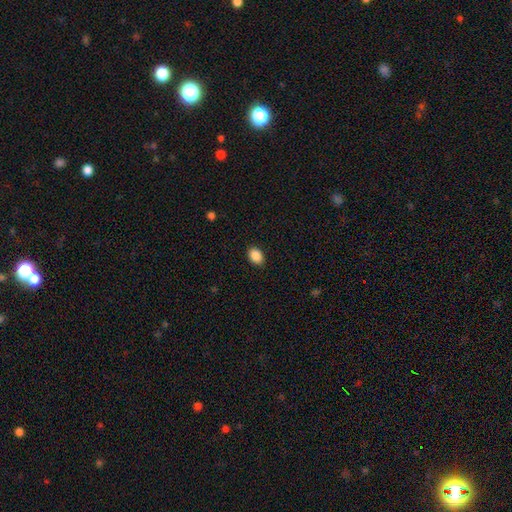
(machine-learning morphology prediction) smooth 88%, star or artifact 8%, featured or disk 3%. Down the decision tree: how rounded — in between (74%); merging — none (90%).